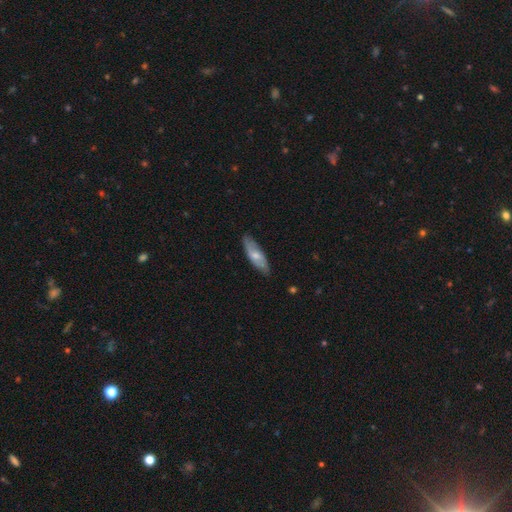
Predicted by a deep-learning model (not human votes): Morphology: type=smooth (55%); roundness=in between (56%); merging=none (81%).